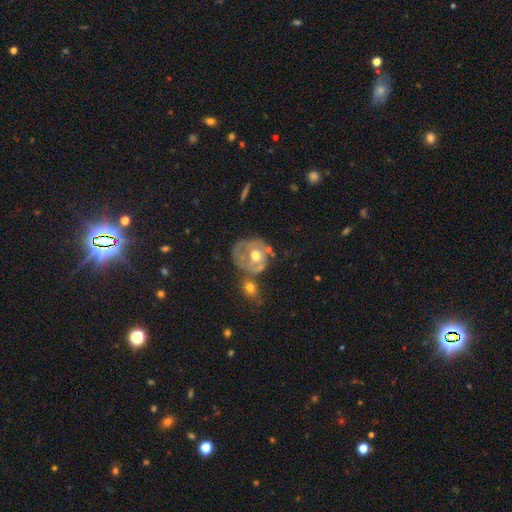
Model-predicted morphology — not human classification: Smooth or featured? Predicted: featured or disk (p=0.55). Edge-on disk? Predicted: no (p=0.96). Bar? Predicted: no (p=0.84). Spiral arms? Predicted: no (p=0.69). Bulge size? Predicted: moderate (p=0.73). Merging? Predicted: none (p=0.38).